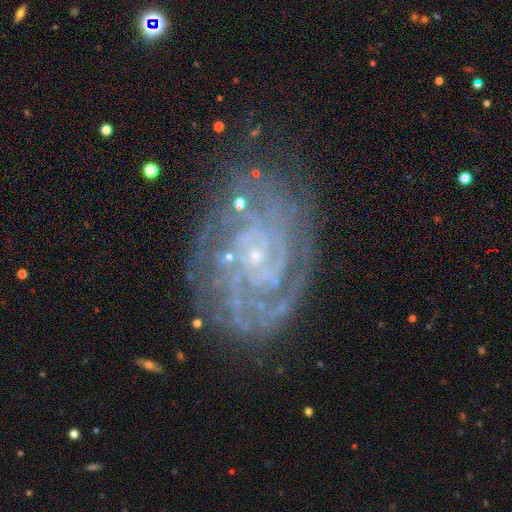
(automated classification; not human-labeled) A featured or disk galaxy (87%) with no bar (72%), tight (76%) spiral arms (97%) and a small central bulge (84%).

Vote fractions:
- Smooth or featured? featured or disk: 87% / star or artifact: 8% / smooth: 6%
- Edge-on disk? no: 97% / yes: 3%
- Bar? no: 72% / weak: 21% / strong: 7%
- Spiral arms? yes: 97% / no: 3%
- Spiral winding? tight: 76% / medium: 20% / loose: 4%
- Spiral arm count? can't tell: 27% / 2: 23% / 3: 18% / 4: 15% / more than 4: 10% / 1: 8%
- Bulge size? small: 84% / moderate: 9% / none: 6% / large: 1% / dominant: 1%
- Merging? none: 75% / minor disturbance: 17% / major disturbance: 6% / merger: 2%